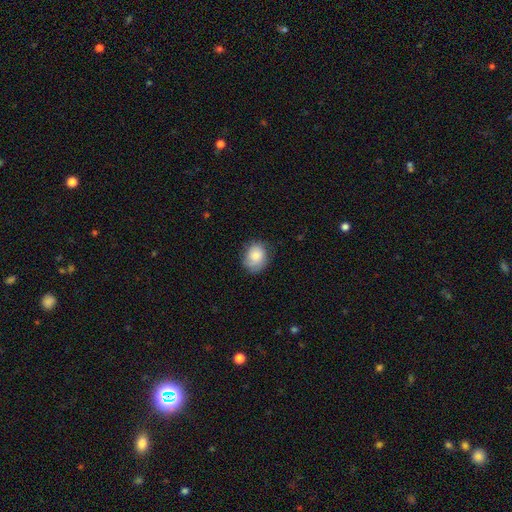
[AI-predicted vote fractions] A smooth galaxy with no disk features (77%) that is round (57%).

Vote fractions:
- Smooth or featured? smooth: 77% / featured or disk: 16% / star or artifact: 7%
- How rounded? round: 57% / in between: 42% / cigar-shaped: 1%
- Merging? none: 70% / minor disturbance: 23% / major disturbance: 6% / merger: 1%